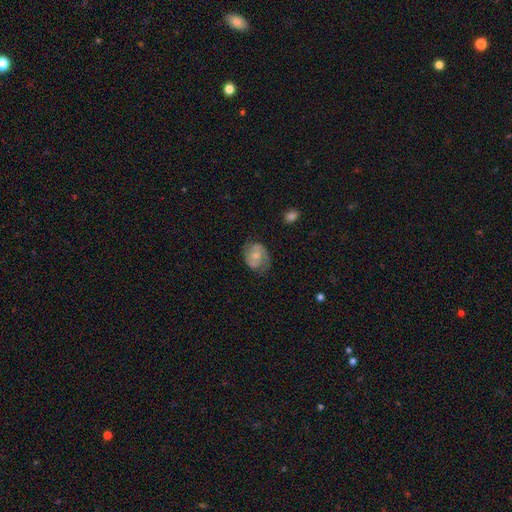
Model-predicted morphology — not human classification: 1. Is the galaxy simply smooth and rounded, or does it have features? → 65% featured or disk, 28% smooth, 7% star or artifact.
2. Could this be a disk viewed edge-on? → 97% no, 3% yes.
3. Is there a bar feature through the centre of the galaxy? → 52% no, 41% weak, 8% strong.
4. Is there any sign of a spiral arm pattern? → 91% yes, 9% no.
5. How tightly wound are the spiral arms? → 48% medium, 34% tight, 17% loose.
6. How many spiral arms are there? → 85% 2, 8% can't tell, 3% 1, 2% 3, 1% 4, 1% more than 4.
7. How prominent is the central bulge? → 41% moderate (tied), 41% small (tied), 12% none, 5% large, 1% dominant.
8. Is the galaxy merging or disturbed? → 70% none, 21% minor disturbance, 8% major disturbance, 2% merger.